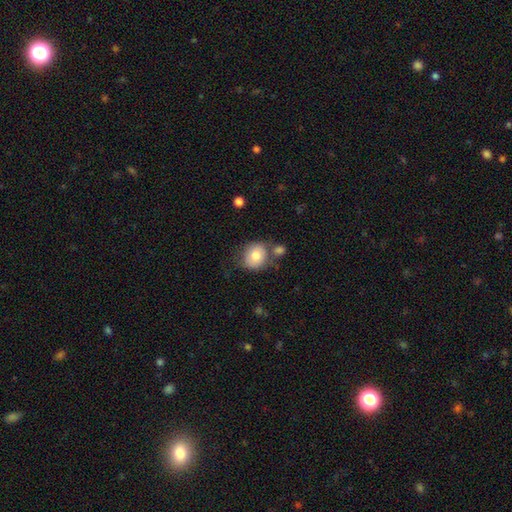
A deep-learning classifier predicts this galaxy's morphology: The model was most divided on "merging": none: 60%, minor disturbance: 17%, merger: 16%, major disturbance: 6%. More confident: smooth or featured — smooth (79%); how rounded — round (73%).